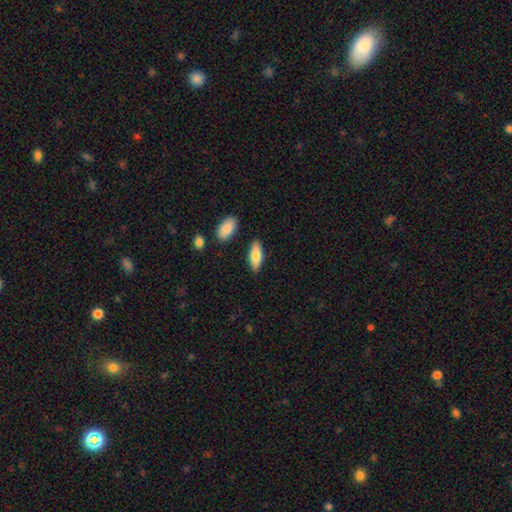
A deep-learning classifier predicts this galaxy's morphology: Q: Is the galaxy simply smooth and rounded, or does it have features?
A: smooth — 79%.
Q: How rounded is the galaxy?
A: in between — 70%.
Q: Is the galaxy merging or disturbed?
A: none — 85%.